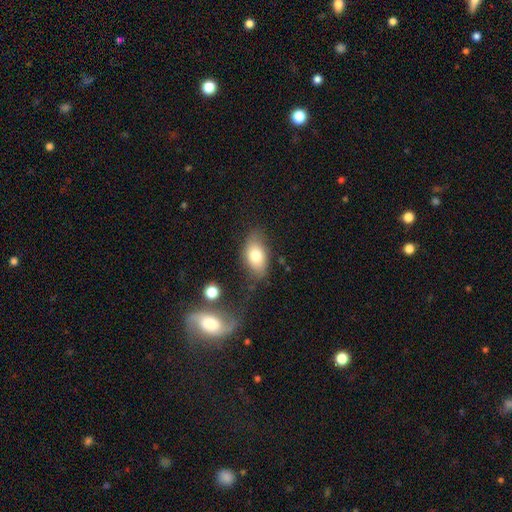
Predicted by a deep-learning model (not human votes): Smooth or featured? Predicted: smooth (p=0.75). How rounded? Predicted: in between (p=0.89). Merging? Predicted: none (p=0.69).